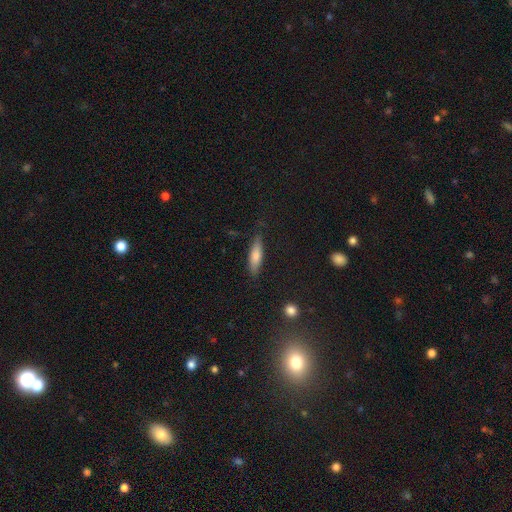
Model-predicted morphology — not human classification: type=smooth (66%); roundness=cigar-shaped (71%); merging=none (81%).